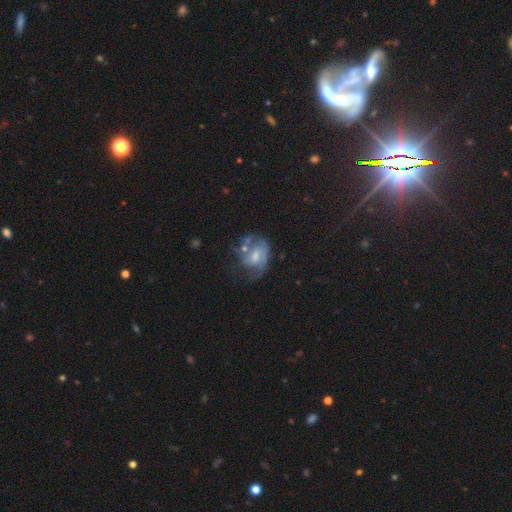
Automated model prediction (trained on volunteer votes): This is likely a featured or disk galaxy (64%). It is clearly not viewed edge-on (97%). Bar: possibly weak (47%). Spiral arm pattern: likely yes (68%). Central bulge: possibly moderate (47%). Merging: marginally none (36%).